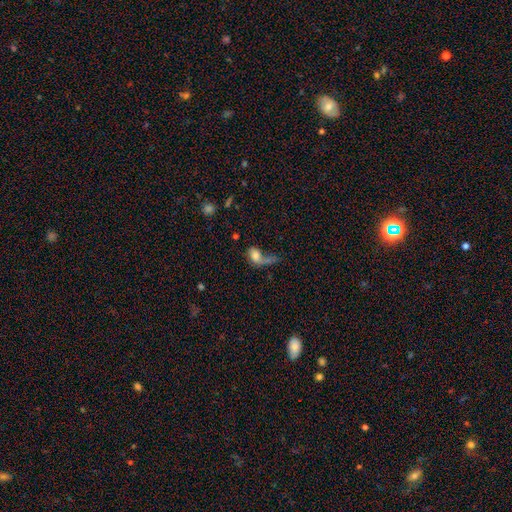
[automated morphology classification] A smooth galaxy with no disk features (62%) that is in between round and cigar-shaped (76%).

Vote fractions:
- Smooth or featured? smooth: 62% / featured or disk: 27% / star or artifact: 11%
- How rounded? in between: 76% / round: 20% / cigar-shaped: 4%
- Merging? major disturbance: 42% / merger: 24% / none: 20% / minor disturbance: 14%